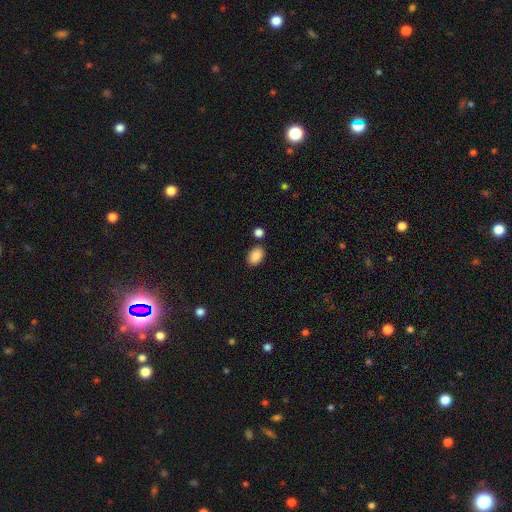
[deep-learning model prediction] smooth-or-featured: smooth: 89% | star or artifact: 8% | featured or disk: 3%
  how-rounded: in between: 85% | round: 14% | cigar-shaped: 1%
  merging: none: 81% | minor disturbance: 10% | merger: 6% | major disturbance: 3%